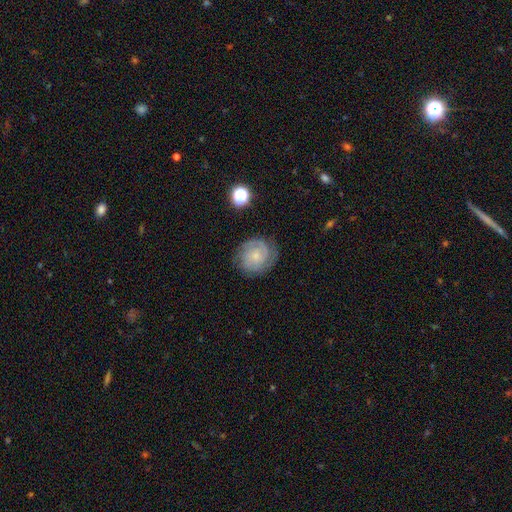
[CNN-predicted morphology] Smooth or featured: featured or disk — 74% (smooth — 18%)
Edge-on disk: no — 98% (yes — 2%)
Bar: no — 72% (weak — 25%)
Spiral arms: yes — 95% (no — 5%)
Spiral winding: tight — 67% (medium — 27%)
Spiral arm count: 2 — 52% (can't tell — 22%)
Bulge size: small — 67% (moderate — 20%)
Merging: none — 78% (minor disturbance — 15%)